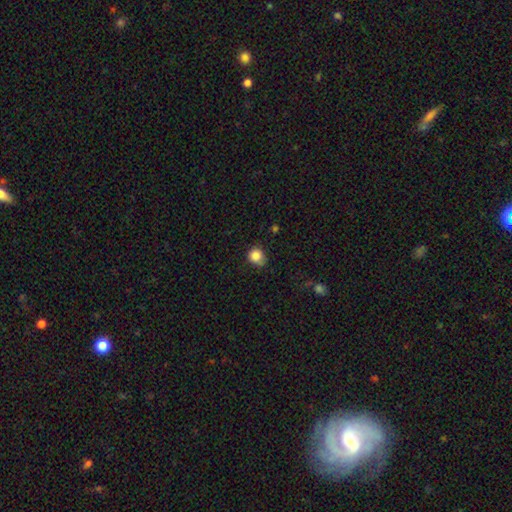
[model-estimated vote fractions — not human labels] smooth_or_featured: smooth (p=0.85) [alt: star or artifact p=0.10]
how_rounded: round (p=0.81) [alt: in between p=0.18]
merging: none (p=0.64) [alt: minor disturbance p=0.28]